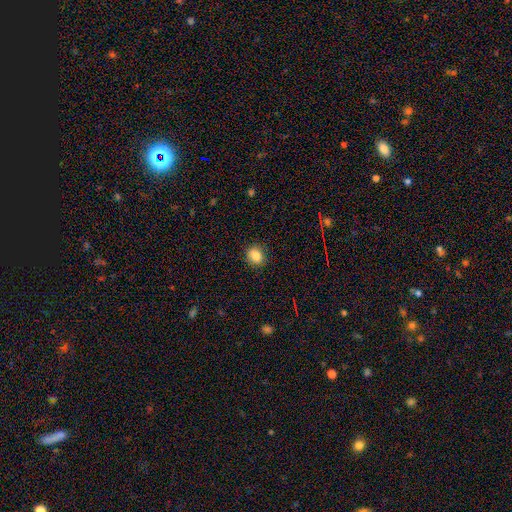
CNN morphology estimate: A smooth galaxy with no disk features (83%) that is round (68%).

Vote fractions:
- Smooth or featured? smooth: 83% / star or artifact: 10% / featured or disk: 6%
- How rounded? round: 68% / in between: 31% / cigar-shaped: 1%
- Merging? none: 87% / minor disturbance: 9% / major disturbance: 2% / merger: 1%